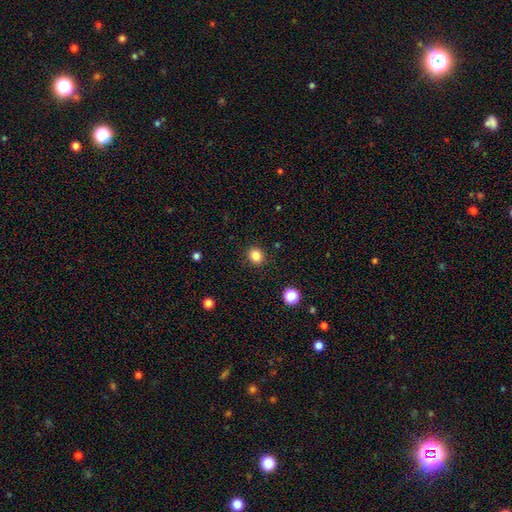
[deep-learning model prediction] smooth 84%, star or artifact 12%, featured or disk 5%. Down the decision tree: how rounded — round (76%); merging — none (89%).